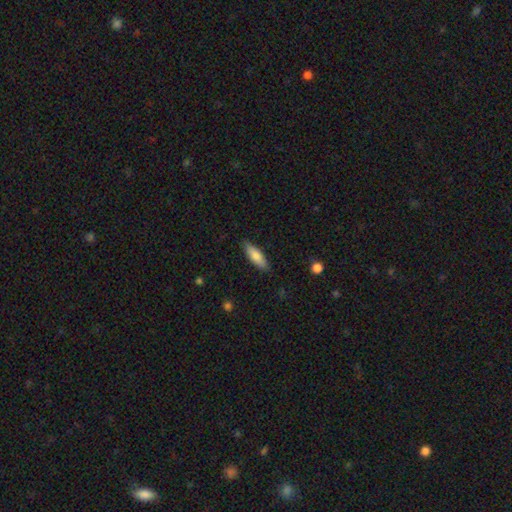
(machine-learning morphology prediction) This is likely a smooth galaxy (78%). How rounded: possibly in between (53%). Merging: clearly none (85%).